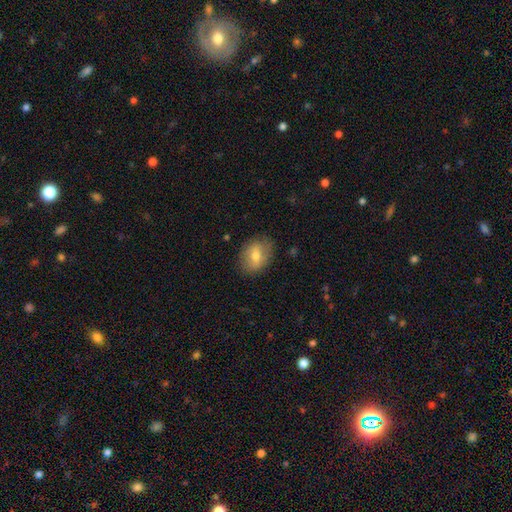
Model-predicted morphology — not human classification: Q: Smooth or featured?
A: smooth (65%); runner-up: featured or disk (27%)
Q: How rounded?
A: in between (72%); runner-up: round (27%)
Q: Merging?
A: none (82%); runner-up: minor disturbance (13%)